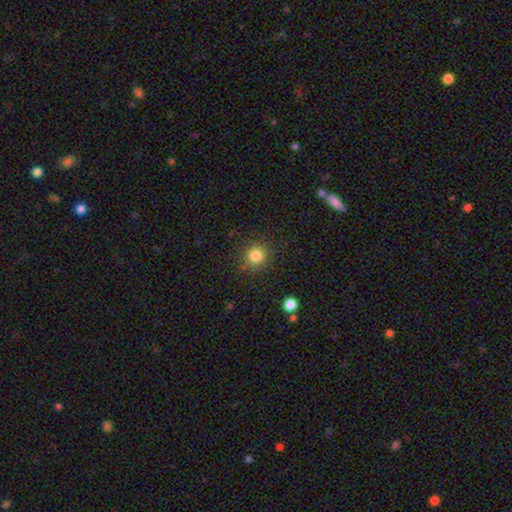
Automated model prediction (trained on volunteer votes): smooth_or_featured: smooth (p=0.82) [alt: star or artifact p=0.12]
how_rounded: round (p=0.90) [alt: in between p=0.09]
merging: none (p=0.85) [alt: minor disturbance p=0.10]